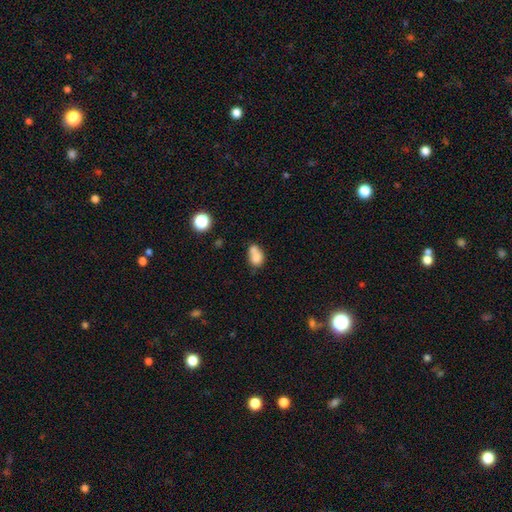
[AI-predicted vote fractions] Q: Smooth or featured?
A: smooth (74%); runner-up: featured or disk (16%)
Q: How rounded?
A: in between (59%); runner-up: round (39%)
Q: Merging?
A: merger (54%); runner-up: none (28%)